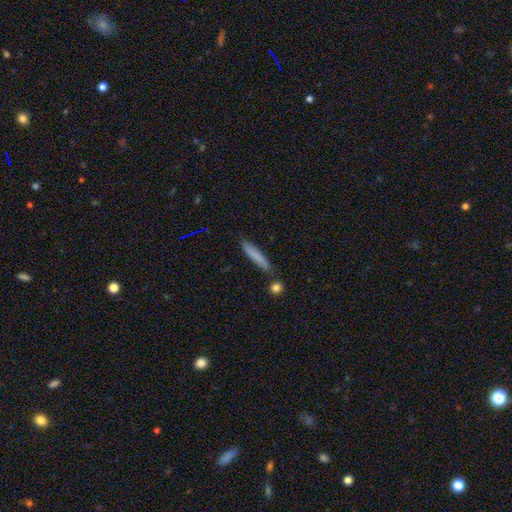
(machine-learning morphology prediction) Smooth or featured?
  - smooth: 77% *
  - featured or disk: 17%
  - star or artifact: 7%
How rounded?
  - cigar-shaped: 92% *
  - in between: 6%
  - round: 2%
Merging?
  - none: 82% *
  - minor disturbance: 11%
  - merger: 5%
  - major disturbance: 2%